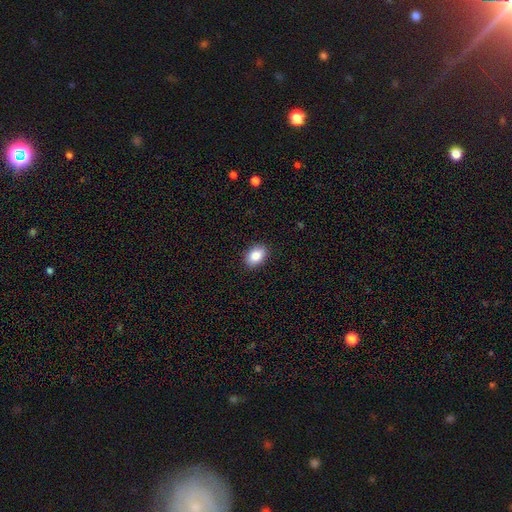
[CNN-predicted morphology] Smooth or featured? smooth (88%)
How rounded? in between (83%)
Merging? none (89%)